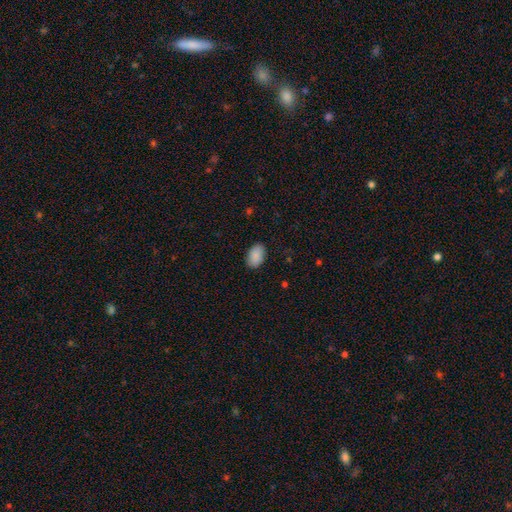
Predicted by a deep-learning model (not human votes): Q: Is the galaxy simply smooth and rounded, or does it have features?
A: smooth — 90%.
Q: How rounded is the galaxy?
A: in between — 92%.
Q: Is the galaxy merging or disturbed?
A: none — 87%.